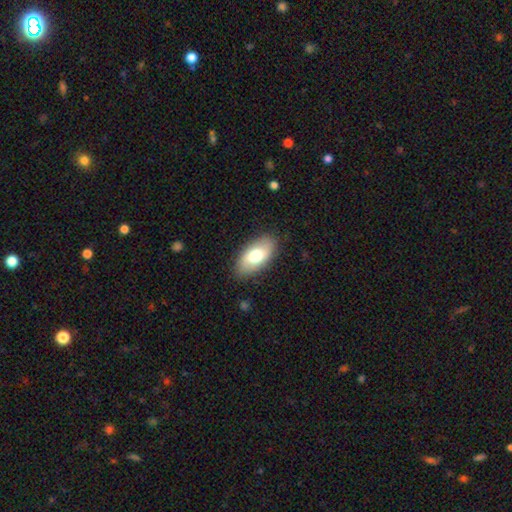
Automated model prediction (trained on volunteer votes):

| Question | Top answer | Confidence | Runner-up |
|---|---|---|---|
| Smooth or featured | smooth | 72% | featured or disk (22%) |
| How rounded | in between | 92% | cigar-shaped (5%) |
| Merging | none | 85% | minor disturbance (11%) |